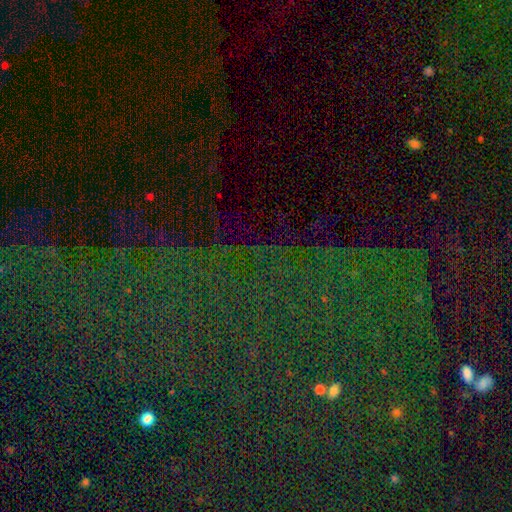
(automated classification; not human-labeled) Smooth or featured? Predicted: star or artifact (p=0.81).